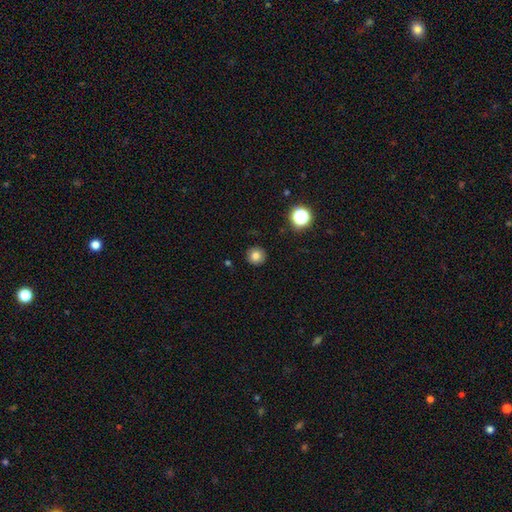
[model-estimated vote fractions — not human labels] Q: Smooth or featured?
A: smooth (80%); runner-up: star or artifact (13%)
Q: How rounded?
A: round (94%); runner-up: in between (5%)
Q: Merging?
A: none (92%); runner-up: minor disturbance (6%)